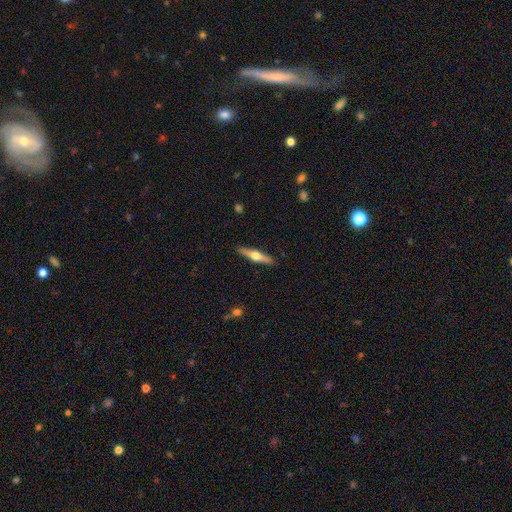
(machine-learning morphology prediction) type=featured or disk (58%); edge-on=yes (95%); edge-on bulge=rounded (94%); merging=none (90%).